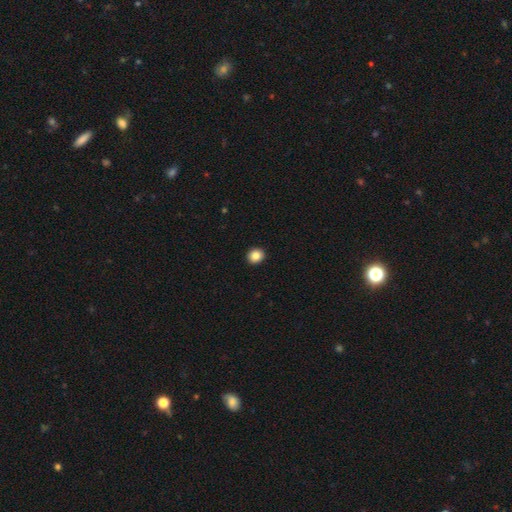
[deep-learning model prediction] A smooth galaxy with no disk features (86%) that is round (81%). Merging: none (93%).